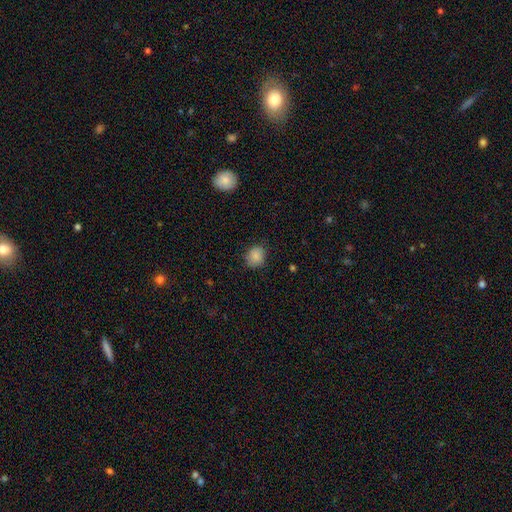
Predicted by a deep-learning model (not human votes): Overall: smooth (86%). How rounded: round (72%). Merging: none (78%).